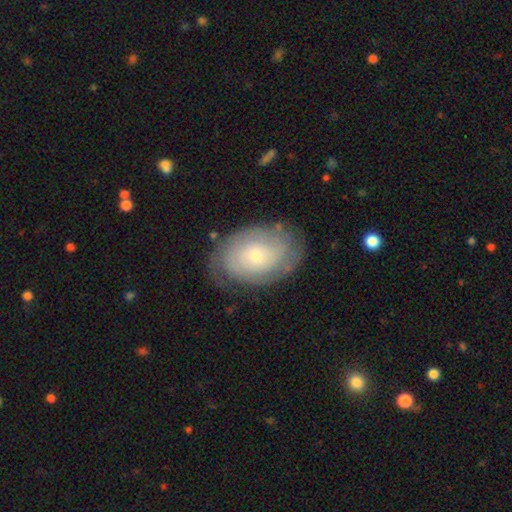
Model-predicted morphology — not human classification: A featured or disk galaxy (62%) with no bar (81%), spiral arms (78%) and a small central bulge (66%).

Vote fractions:
- Smooth or featured? featured or disk: 62% / smooth: 31% / star or artifact: 7%
- Edge-on disk? no: 96% / yes: 4%
- Bar? no: 81% / weak: 16% / strong: 3%
- Spiral arms? yes: 78% / no: 22%
- Bulge size? small: 66% / moderate: 28% / large: 3% / none: 1% / dominant: 1%
- Merging? none: 74% / minor disturbance: 18% / major disturbance: 6% / merger: 1%